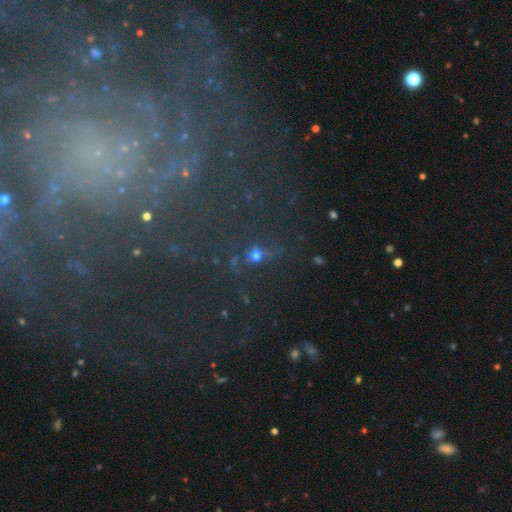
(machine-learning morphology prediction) Smooth or featured?
  - star or artifact: 46% *
  - smooth: 38%
  - featured or disk: 15%